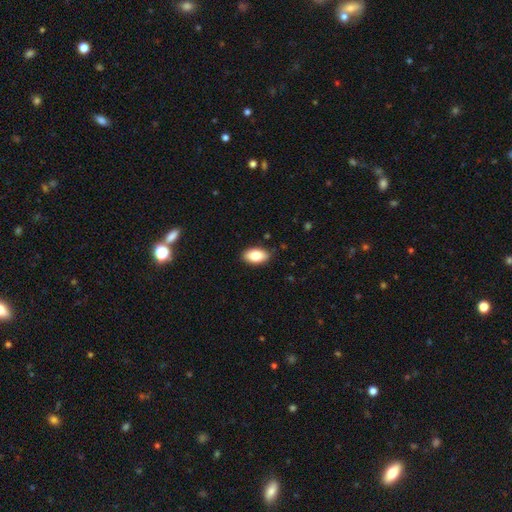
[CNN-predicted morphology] smooth 82%, featured or disk 11%, star or artifact 7%. Down the decision tree: how rounded — in between (93%); merging — none (87%).